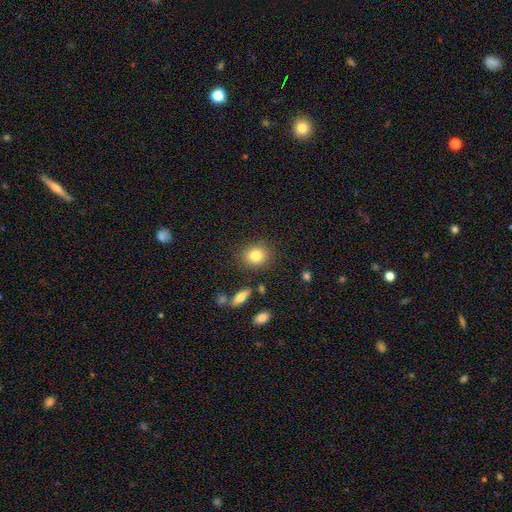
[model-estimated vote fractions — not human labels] smooth_or_featured: smooth (p=0.83) [alt: star or artifact p=0.09]
how_rounded: round (p=0.73) [alt: in between p=0.26]
merging: none (p=0.83) [alt: minor disturbance p=0.10]